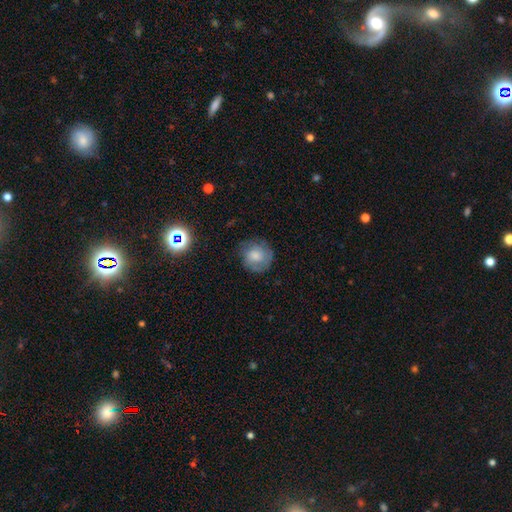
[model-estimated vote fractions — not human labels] smooth 60%, featured or disk 31%, star or artifact 9%. Down the decision tree: how rounded — round (86%); merging — none (73%).